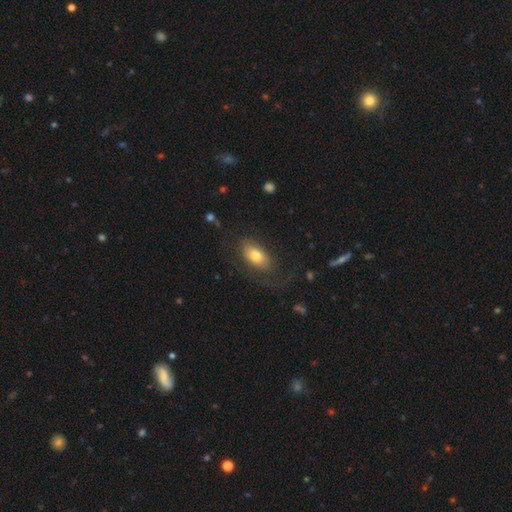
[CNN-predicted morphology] Overall: smooth (64%; featured or disk 29%). How rounded: in between (90%). Merging: none (60%; major disturbance 21%).